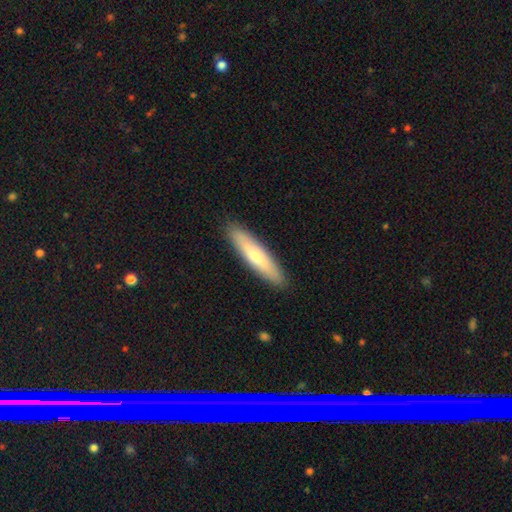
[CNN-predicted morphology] Q: Smooth or featured?
A: smooth (66%); runner-up: featured or disk (29%)
Q: How rounded?
A: cigar-shaped (82%); runner-up: in between (17%)
Q: Merging?
A: none (90%); runner-up: minor disturbance (7%)